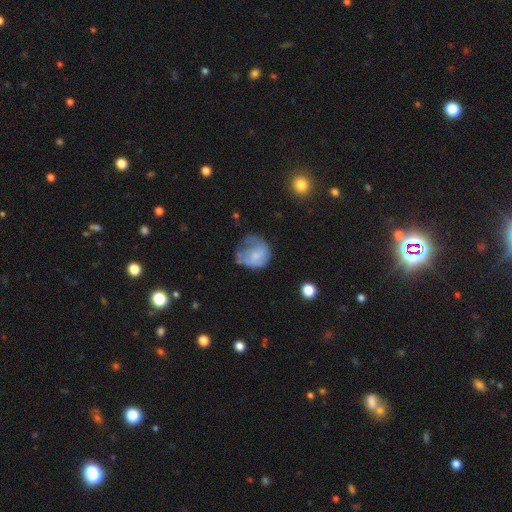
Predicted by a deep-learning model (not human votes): Smooth or featured? Predicted: smooth (p=0.54). How rounded? Predicted: round (p=0.72). Merging? Predicted: major disturbance (p=0.34).